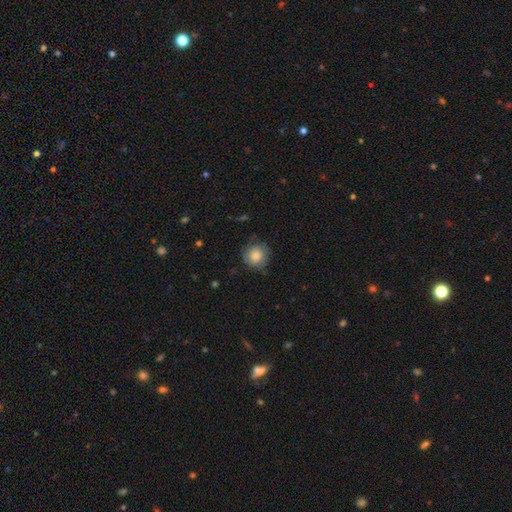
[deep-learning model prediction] smooth 78%, featured or disk 14%, star or artifact 8%. Down the decision tree: how rounded — round (90%); merging — none (70%).